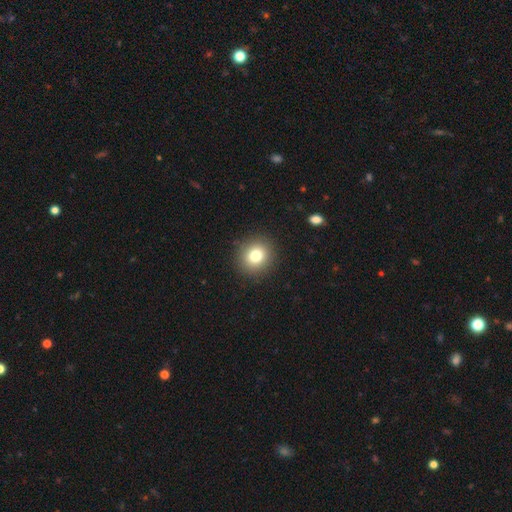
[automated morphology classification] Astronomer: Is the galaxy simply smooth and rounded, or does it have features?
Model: smooth — 79%.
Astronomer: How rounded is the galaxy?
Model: round — 86%.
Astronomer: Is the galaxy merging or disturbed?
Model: none — 90%.